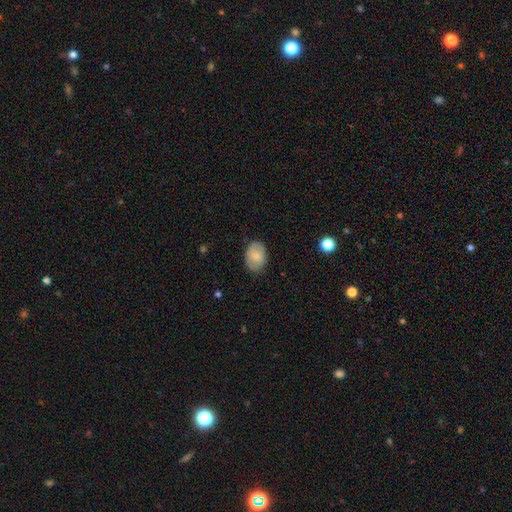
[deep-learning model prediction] Morphology: type=smooth (78%); roundness=in between (78%); merging=none (79%).